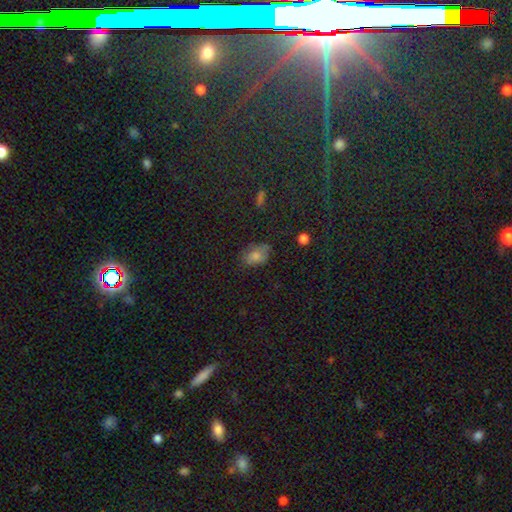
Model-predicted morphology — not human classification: Smooth or featured? smooth (69%)
How rounded? in between (84%)
Merging? none (69%)